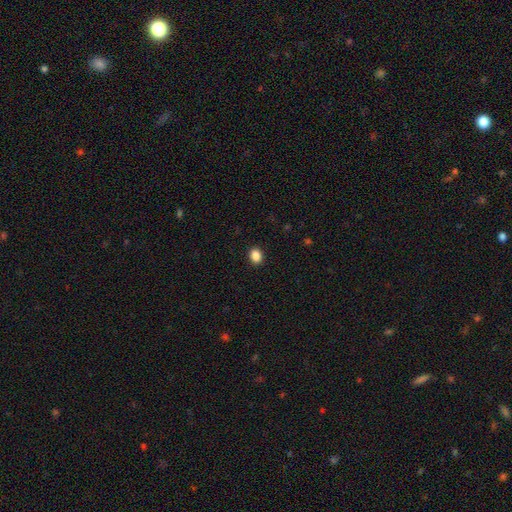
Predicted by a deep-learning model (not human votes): A smooth galaxy with no disk features (88%) that is in between round and cigar-shaped (53%).

Vote fractions:
- Smooth or featured? smooth: 88% / star or artifact: 10% / featured or disk: 3%
- How rounded? in between: 53% / round: 46% / cigar-shaped: 1%
- Merging? none: 91% / minor disturbance: 6% / major disturbance: 2% / merger: 1%